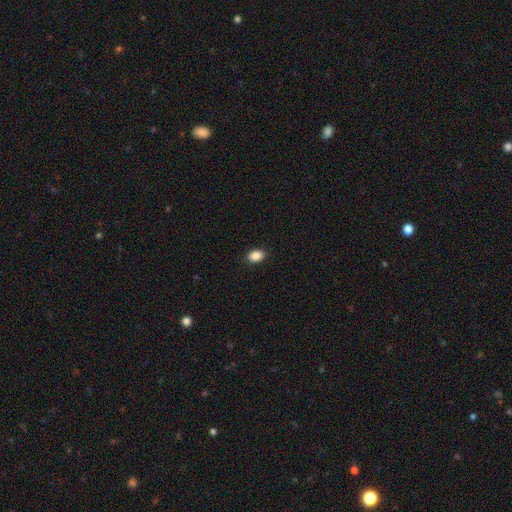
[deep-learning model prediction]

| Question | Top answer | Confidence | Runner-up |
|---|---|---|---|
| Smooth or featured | smooth | 88% | star or artifact (8%) |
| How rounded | in between | 86% | round (12%) |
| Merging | none | 89% | minor disturbance (8%) |